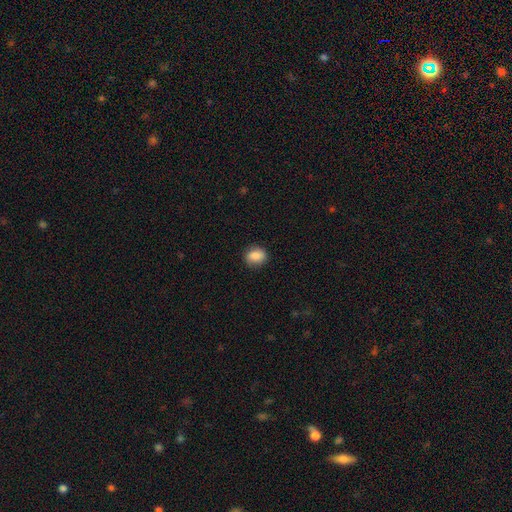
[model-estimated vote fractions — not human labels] Smooth or featured? smooth (87%)
How rounded? round (49%, tied with in between)
Merging? none (84%)